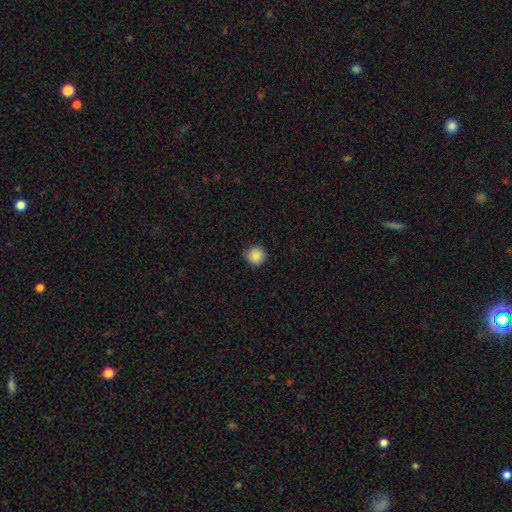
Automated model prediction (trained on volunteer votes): Smooth or featured: smooth — 88% (star or artifact — 9%)
How rounded: round — 95% (in between — 4%)
Merging: none — 89% (minor disturbance — 9%)